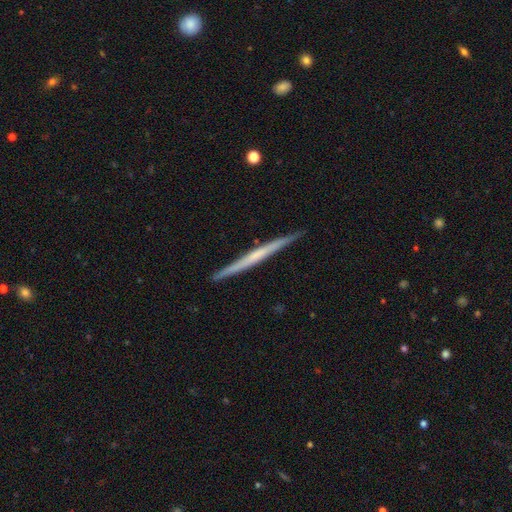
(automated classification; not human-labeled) A featured or disk galaxy (62%) viewed edge-on (98%) with no central bulge (78%).

Vote fractions:
- Smooth or featured? featured or disk: 62% / smooth: 32% / star or artifact: 5%
- Edge-on disk? yes: 98% / no: 2%
- Edge-on bulge? none: 78% / rounded: 16% / boxy: 7%
- Merging? none: 91% / minor disturbance: 6% / major disturbance: 1% / merger: 1%